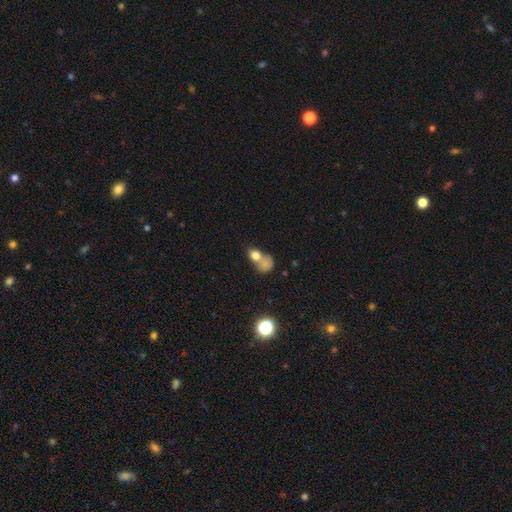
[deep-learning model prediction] smooth-or-featured: smooth: 73% | featured or disk: 14% | star or artifact: 12%
  how-rounded: round: 50% | in between: 49% | cigar-shaped: 2%
  merging: merger: 60% | none: 24% | minor disturbance: 9% | major disturbance: 7%